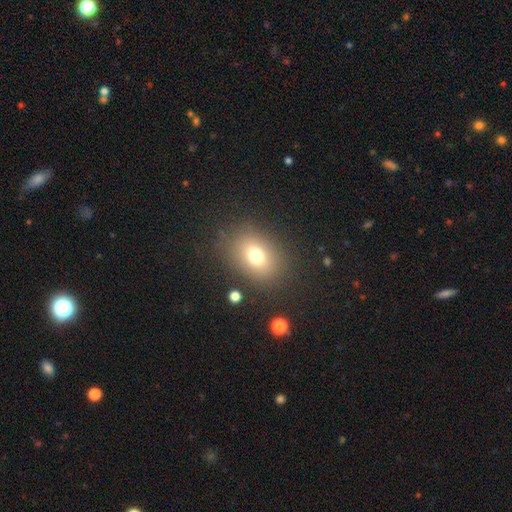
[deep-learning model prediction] A smooth galaxy with no disk features (72%) that is in between round and cigar-shaped (61%).

Vote fractions:
- Smooth or featured? smooth: 72% / star or artifact: 15% / featured or disk: 13%
- How rounded? in between: 61% / round: 38% / cigar-shaped: 1%
- Merging? none: 81% / minor disturbance: 11% / major disturbance: 6% / merger: 2%